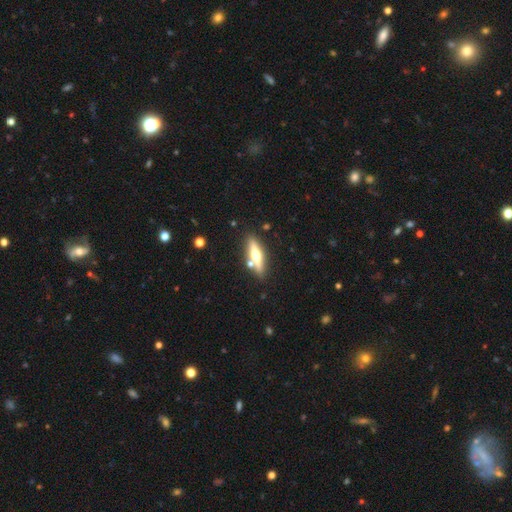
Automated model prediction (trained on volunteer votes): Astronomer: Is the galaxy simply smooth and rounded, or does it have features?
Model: featured or disk — 62%.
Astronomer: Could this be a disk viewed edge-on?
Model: yes — 94%.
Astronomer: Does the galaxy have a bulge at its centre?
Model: rounded — 95%.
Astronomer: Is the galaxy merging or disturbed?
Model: none — 82%.